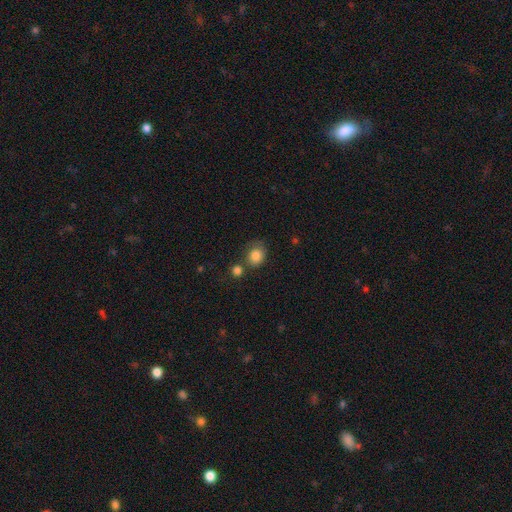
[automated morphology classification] This appears to be a smooth galaxy with no disk features (84%) that is round (60%). Merging: none (58%).